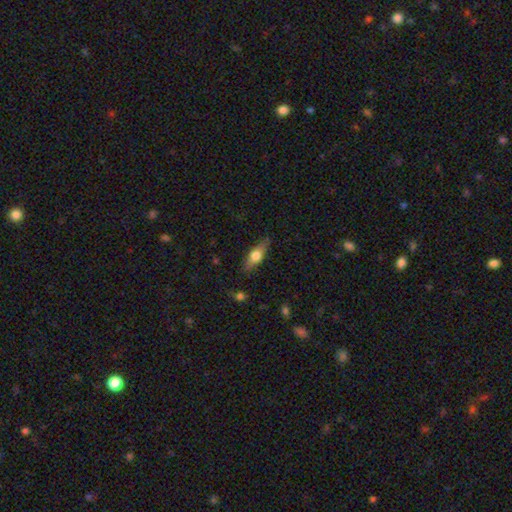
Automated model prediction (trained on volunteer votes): Morphology: type=smooth (52%); roundness=in between (52%); merging=none (82%).